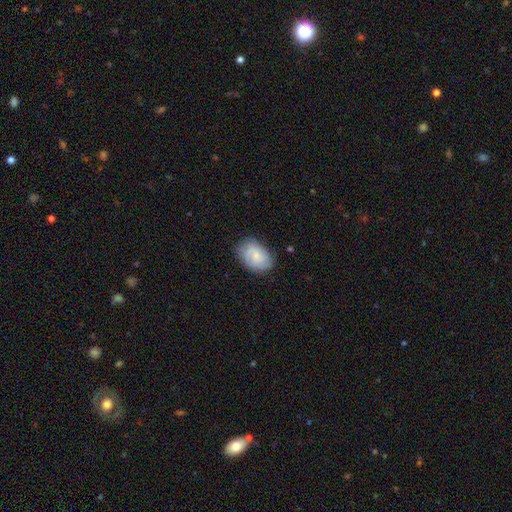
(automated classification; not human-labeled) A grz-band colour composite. It shows a smooth galaxy with no disk features (57%) that is in between round and cigar-shaped (82%). Merging: none (72%).